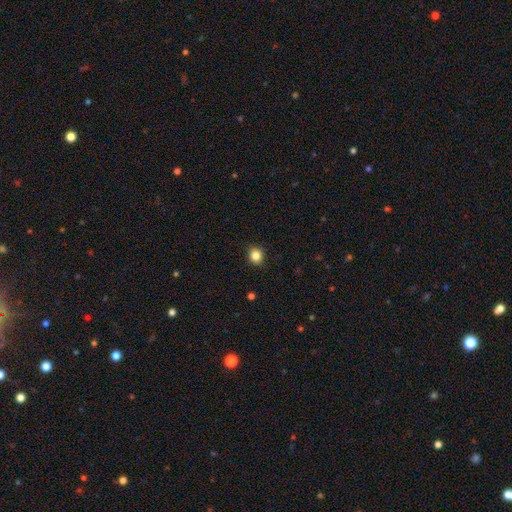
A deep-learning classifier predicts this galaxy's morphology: Smooth or featured?
  - smooth: 84% *
  - star or artifact: 11%
  - featured or disk: 5%
How rounded?
  - round: 81% *
  - in between: 18%
  - cigar-shaped: 1%
Merging?
  - none: 90% *
  - minor disturbance: 7%
  - major disturbance: 2%
  - merger: 1%